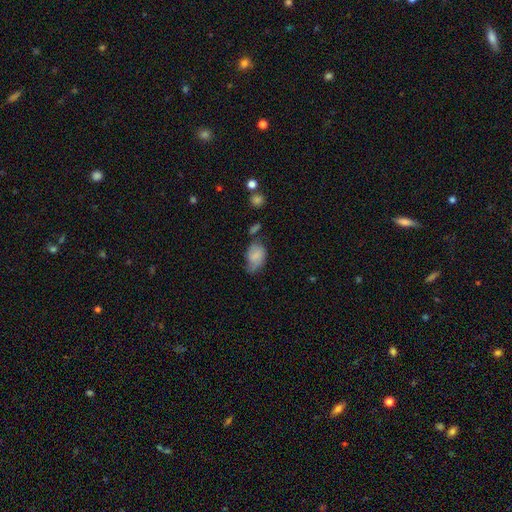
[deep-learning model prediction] This is likely a smooth galaxy (72%). How rounded: clearly in between (86%). Merging: marginally none (41%).